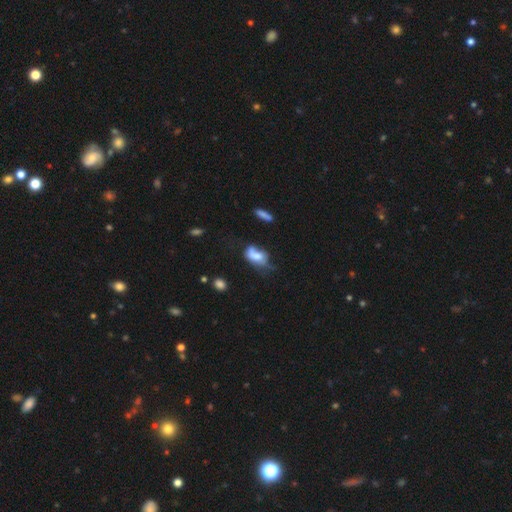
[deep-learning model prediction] Smooth or featured?
  - smooth: 61% *
  - featured or disk: 29%
  - star or artifact: 10%
How rounded?
  - in between: 85% *
  - round: 11%
  - cigar-shaped: 4%
Merging?
  - major disturbance: 30% *
  - minor disturbance: 28%
  - none: 26%
  - merger: 16%